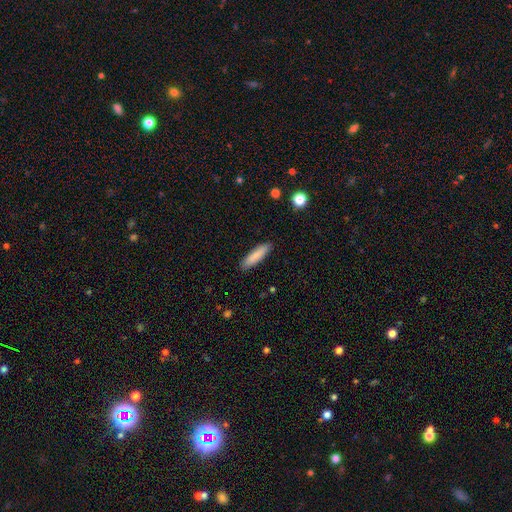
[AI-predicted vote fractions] Q: Smooth or featured?
A: smooth (86%); runner-up: featured or disk (8%)
Q: How rounded?
A: cigar-shaped (75%); runner-up: in between (24%)
Q: Merging?
A: none (89%); runner-up: minor disturbance (8%)